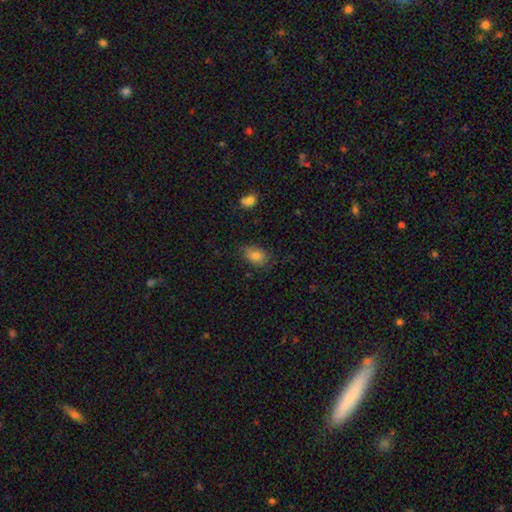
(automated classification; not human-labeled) smooth 81%, star or artifact 10%, featured or disk 9%. Down the decision tree: how rounded — in between (77%); merging — none (74%).